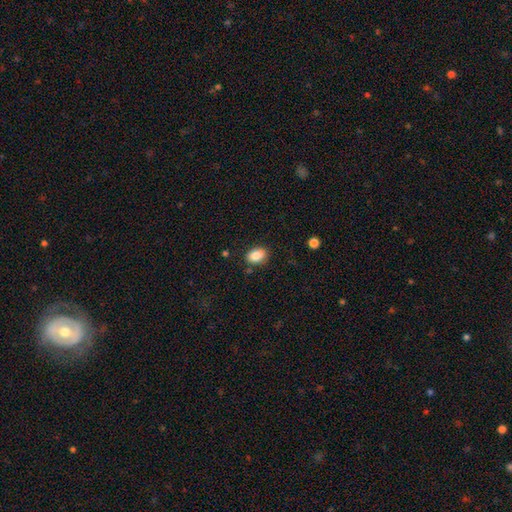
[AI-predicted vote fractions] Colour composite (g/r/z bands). It shows a smooth galaxy with no disk features (86%) that is in between round and cigar-shaped (80%). Merging: none (83%).